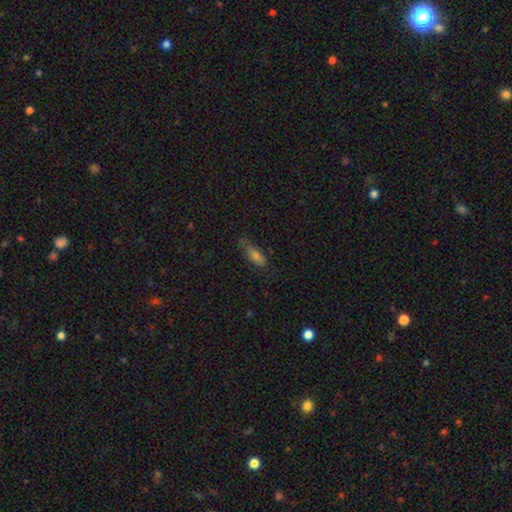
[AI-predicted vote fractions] A smooth galaxy with no disk features (67%) that is in between round and cigar-shaped (55%).

Vote fractions:
- Smooth or featured? smooth: 67% / featured or disk: 21% / star or artifact: 12%
- How rounded? in between: 55% / cigar-shaped: 42% / round: 3%
- Merging? none: 66% / minor disturbance: 25% / major disturbance: 7% / merger: 3%